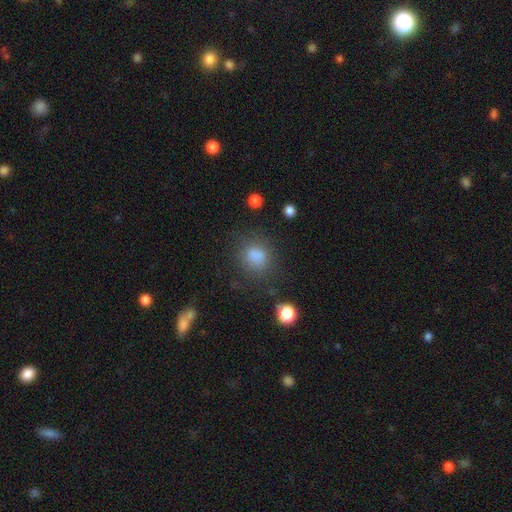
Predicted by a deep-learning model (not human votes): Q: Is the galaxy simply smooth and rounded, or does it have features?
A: smooth — 79%.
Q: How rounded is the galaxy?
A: round — 67%.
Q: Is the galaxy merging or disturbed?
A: none — 74%.